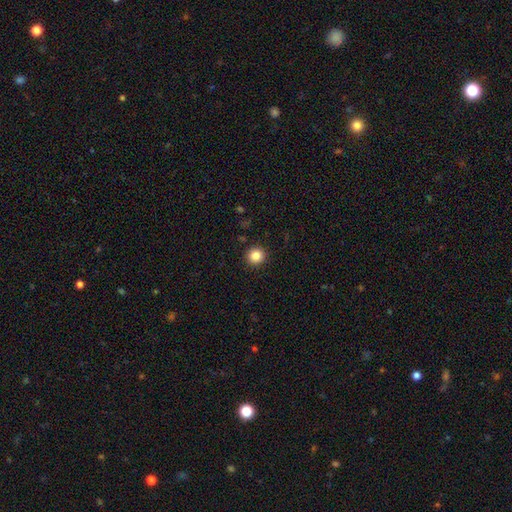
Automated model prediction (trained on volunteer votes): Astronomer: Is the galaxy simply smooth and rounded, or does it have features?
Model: smooth — 85%.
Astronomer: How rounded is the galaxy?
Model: round — 94%.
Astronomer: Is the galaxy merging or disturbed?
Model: none — 93%.